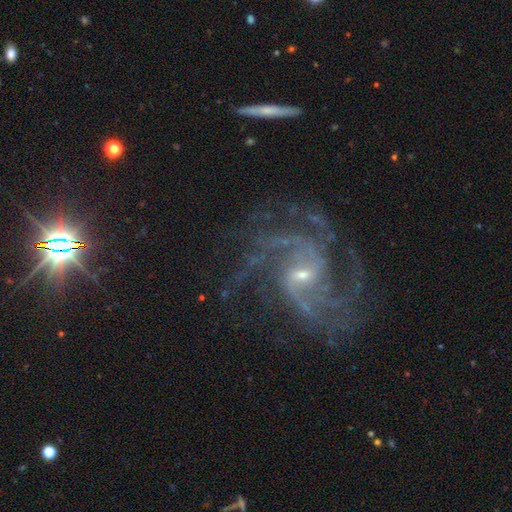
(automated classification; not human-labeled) A featured or disk galaxy (89%) with a weak bar (47%), 2 (31%) medium (55%) spiral arms (98%) and a small central bulge (71%). Merging: none (66%).